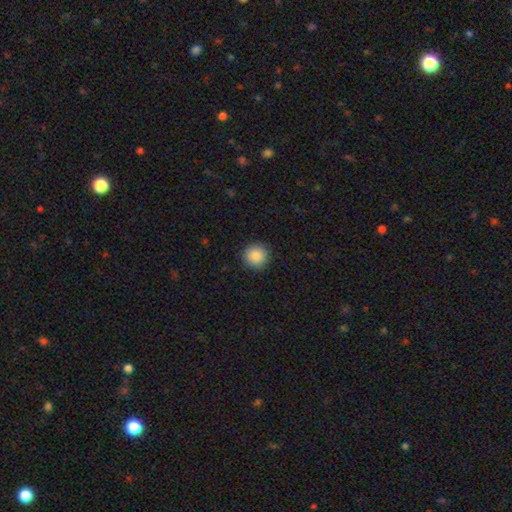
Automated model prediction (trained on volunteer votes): Q: Smooth or featured?
A: smooth (87%); runner-up: star or artifact (9%)
Q: How rounded?
A: round (95%); runner-up: in between (4%)
Q: Merging?
A: none (91%); runner-up: minor disturbance (6%)